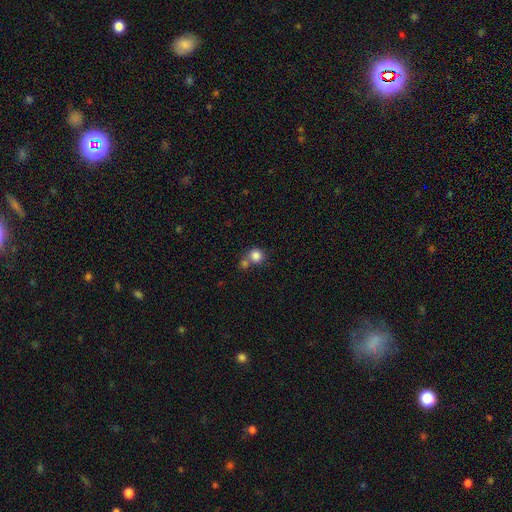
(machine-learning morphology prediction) type=smooth (83%); roundness=round (88%); merging=none (52%).